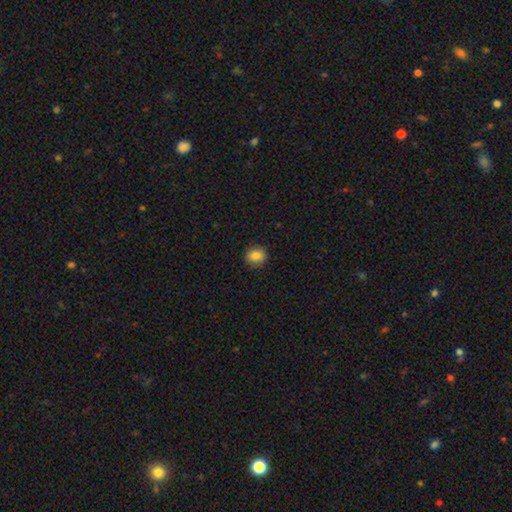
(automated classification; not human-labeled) Smooth or featured? Predicted: smooth (p=0.83). How rounded? Predicted: round (p=0.81). Merging? Predicted: none (p=0.90).